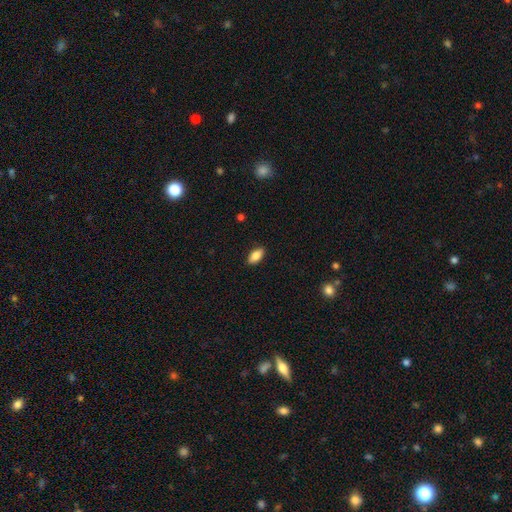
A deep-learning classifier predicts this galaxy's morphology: type=smooth (86%); roundness=in between (91%); merging=none (89%).